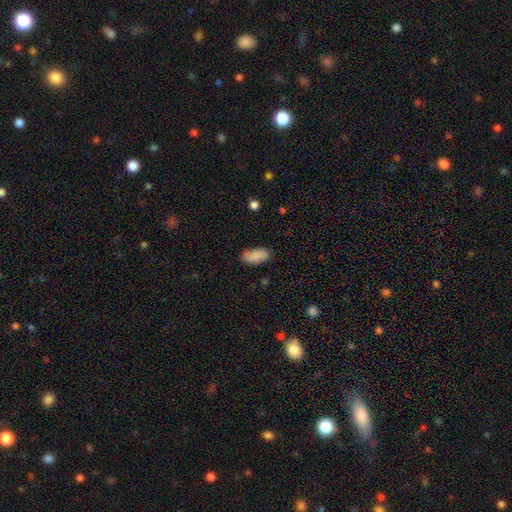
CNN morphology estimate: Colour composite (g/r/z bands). It shows a smooth galaxy with no disk features (84%) that is in between round and cigar-shaped (92%). Merging: none (77%).